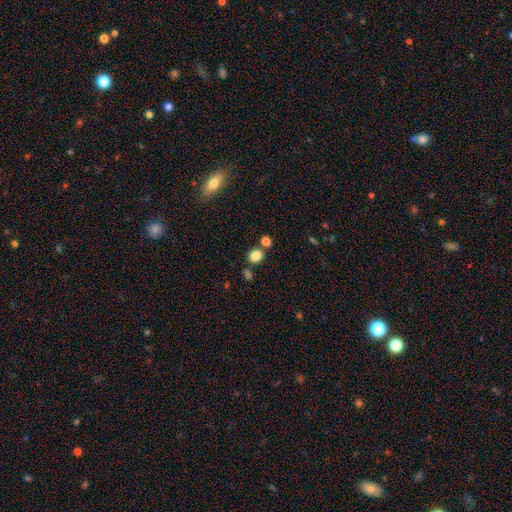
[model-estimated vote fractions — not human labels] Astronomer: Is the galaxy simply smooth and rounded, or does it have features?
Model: smooth — 84%.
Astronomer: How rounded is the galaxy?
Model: round — 68%.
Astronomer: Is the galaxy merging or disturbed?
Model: none — 71%.